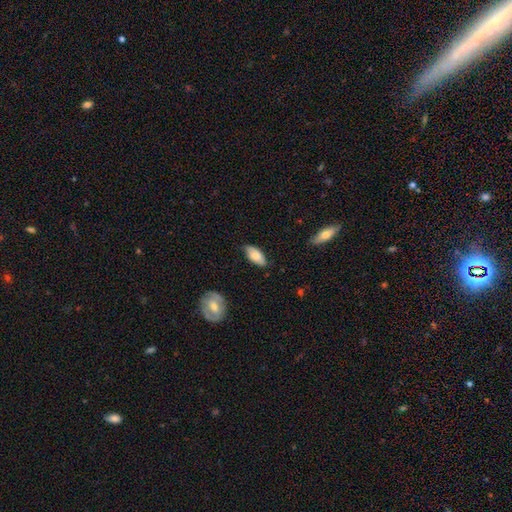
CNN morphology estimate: Smooth or featured? smooth (78%)
How rounded? in between (88%)
Merging? none (76%)